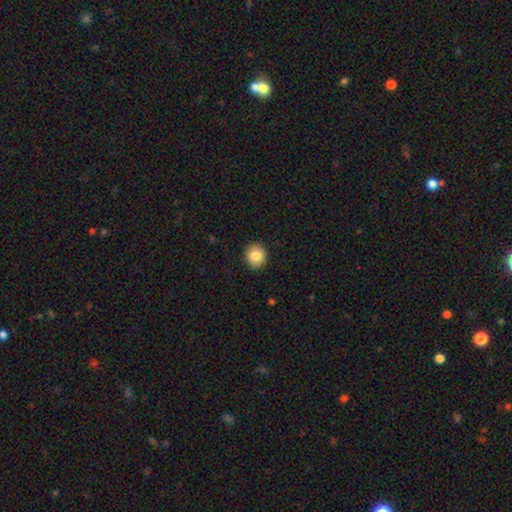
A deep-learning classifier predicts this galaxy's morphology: Smooth or featured?
  - smooth: 84% *
  - star or artifact: 9%
  - featured or disk: 7%
How rounded?
  - round: 85% *
  - in between: 14%
  - cigar-shaped: 1%
Merging?
  - none: 92% *
  - minor disturbance: 6%
  - major disturbance: 2%
  - merger: 1%